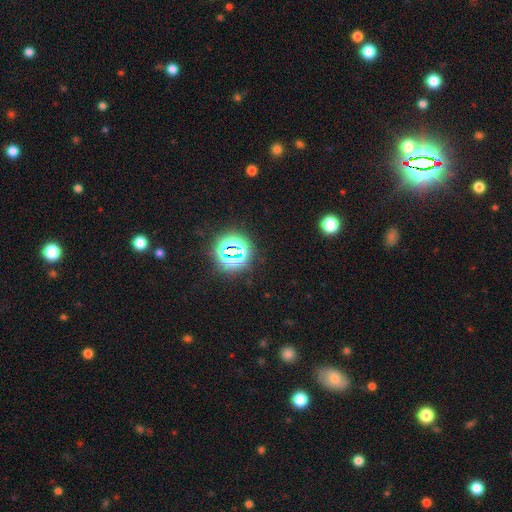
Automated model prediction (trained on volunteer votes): A star or artifact, not a galaxy (78%).

Vote fractions:
- Smooth or featured? star or artifact: 78% / smooth: 16% / featured or disk: 7%